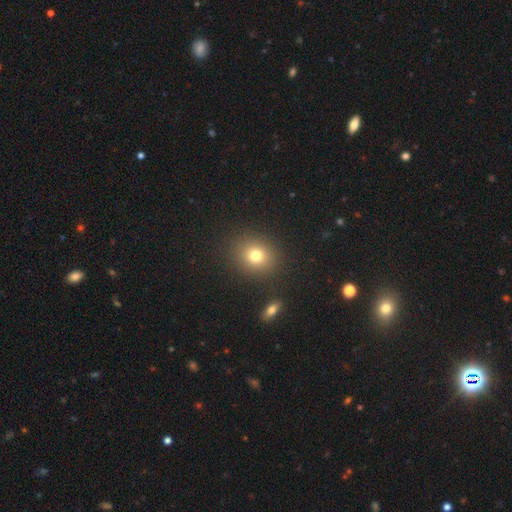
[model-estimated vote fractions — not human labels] This appears to be a smooth galaxy with no disk features (76%) that is round (71%). Merging: none (87%).